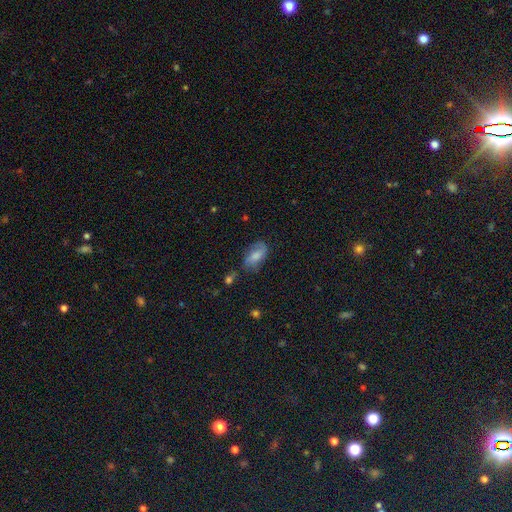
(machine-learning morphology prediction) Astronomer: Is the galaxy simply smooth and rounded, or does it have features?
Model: smooth — 60%.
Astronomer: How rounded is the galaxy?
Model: in between — 88%.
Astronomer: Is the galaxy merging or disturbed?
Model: none — 56%.